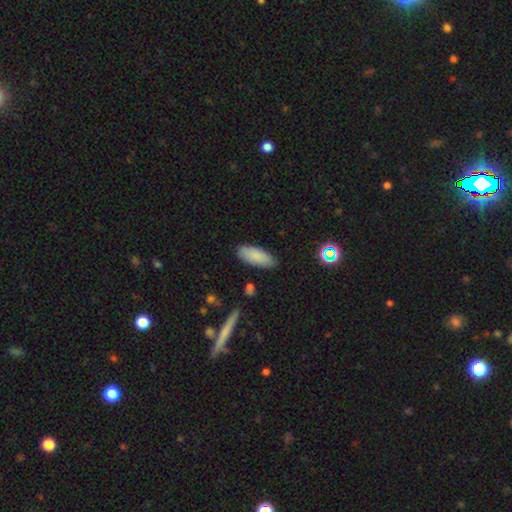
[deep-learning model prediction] A smooth galaxy with no disk features (86%) that is in between round and cigar-shaped (73%). Merging: none (86%).